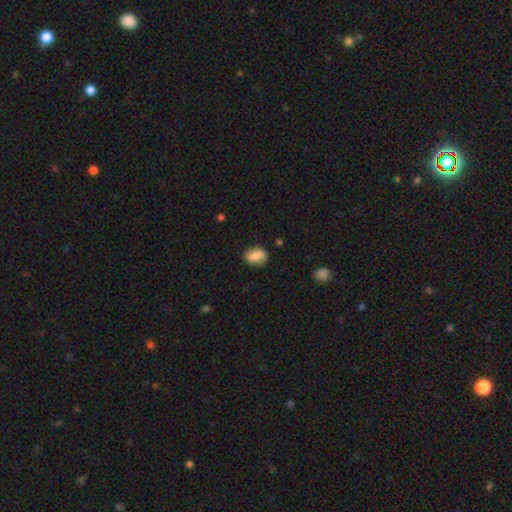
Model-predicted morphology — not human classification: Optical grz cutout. It shows a smooth galaxy with no disk features (69%) that is in between round and cigar-shaped (73%). Merging: none (77%).